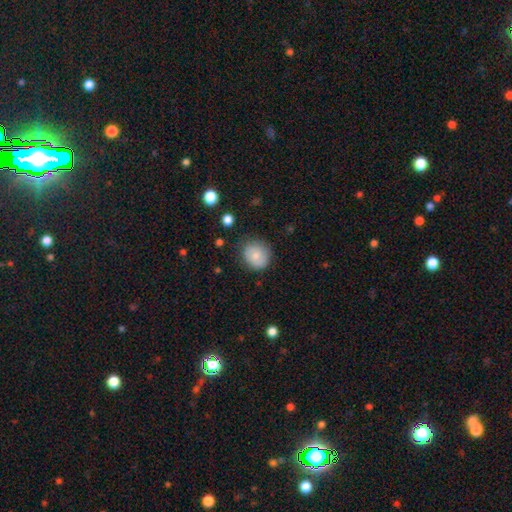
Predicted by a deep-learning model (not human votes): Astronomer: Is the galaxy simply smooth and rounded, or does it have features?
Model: smooth — 76%.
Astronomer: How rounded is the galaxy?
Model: round — 81%.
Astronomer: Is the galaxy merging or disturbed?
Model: none — 76%.